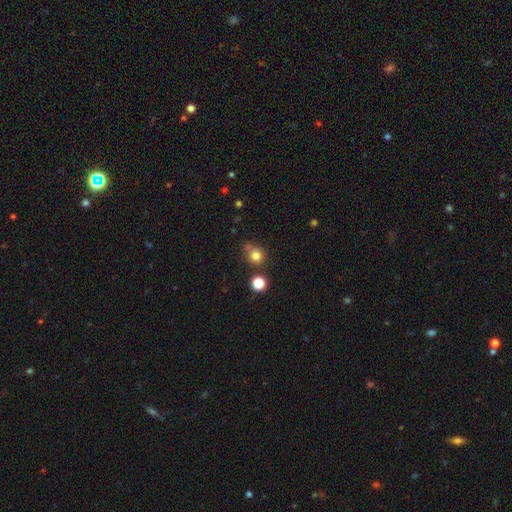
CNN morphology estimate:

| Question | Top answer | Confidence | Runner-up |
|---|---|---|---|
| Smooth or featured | smooth | 79% | star or artifact (14%) |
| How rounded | round | 85% | in between (14%) |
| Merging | none | 63% | minor disturbance (17%) |